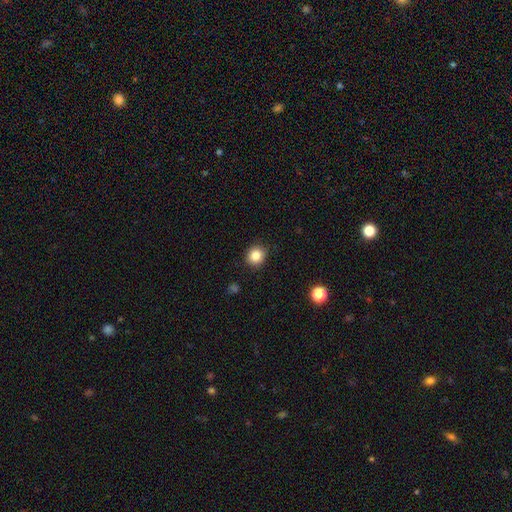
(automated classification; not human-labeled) Q: Smooth or featured?
A: smooth (84%); runner-up: star or artifact (11%)
Q: How rounded?
A: round (83%); runner-up: in between (16%)
Q: Merging?
A: none (89%); runner-up: minor disturbance (8%)